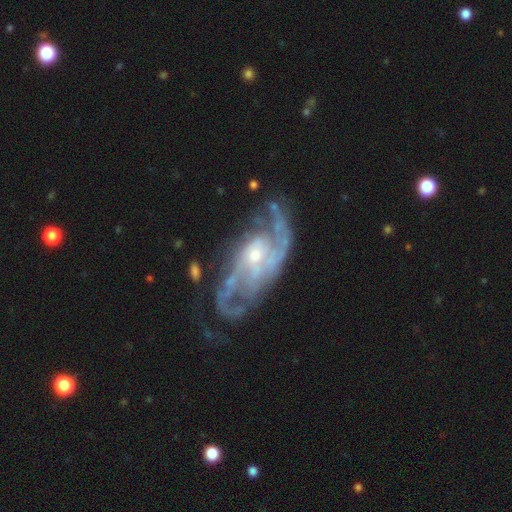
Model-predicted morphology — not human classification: Smooth or featured? Predicted: featured or disk (p=0.89). Edge-on disk? Predicted: no (p=0.95). Bar? Predicted: no (p=0.60). Spiral arms? Predicted: yes (p=0.95). Spiral winding? Predicted: medium (p=0.47). Spiral arm count? Predicted: 2 (p=0.56). Bulge size? Predicted: small (p=0.62). Merging? Predicted: none (p=0.62).